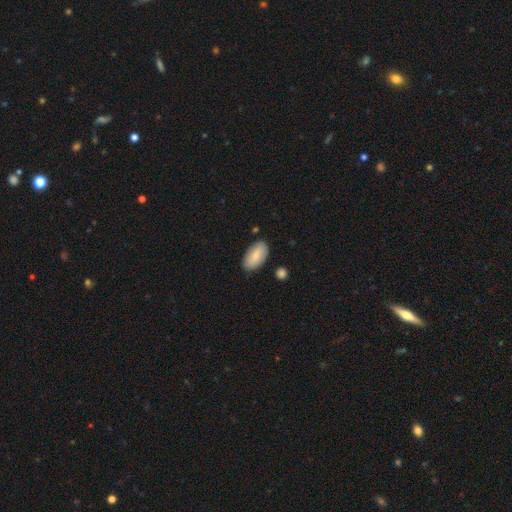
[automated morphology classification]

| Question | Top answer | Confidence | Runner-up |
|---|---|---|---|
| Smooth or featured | smooth | 80% | featured or disk (13%) |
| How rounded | in between | 94% | round (3%) |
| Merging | none | 82% | minor disturbance (13%) |